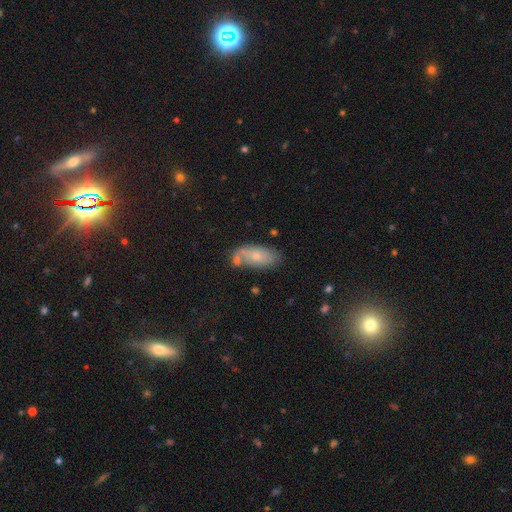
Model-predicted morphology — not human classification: Overall: smooth (60%; featured or disk 32%). How rounded: in between (89%). Merging: none (54%; minor disturbance 22%).